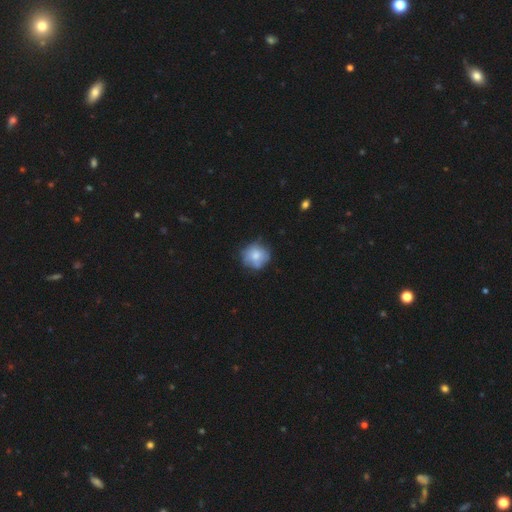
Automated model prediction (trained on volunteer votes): This is likely a smooth galaxy (72%). How rounded: clearly round (87%). Merging: likely none (69%).